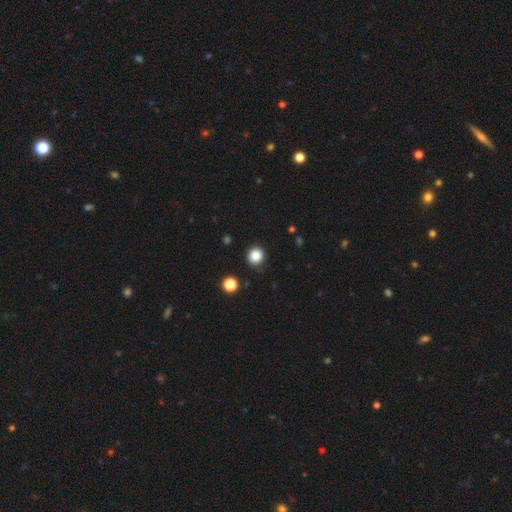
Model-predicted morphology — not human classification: Smooth or featured? smooth (86%)
How rounded? round (89%)
Merging? none (89%)